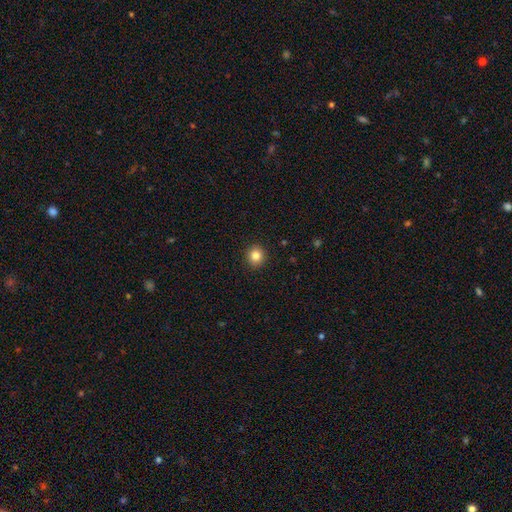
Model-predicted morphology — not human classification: The model was most divided on "smooth or featured": smooth: 84%, star or artifact: 11%, featured or disk: 6%. More confident: merging — none (93%); how rounded — round (90%).